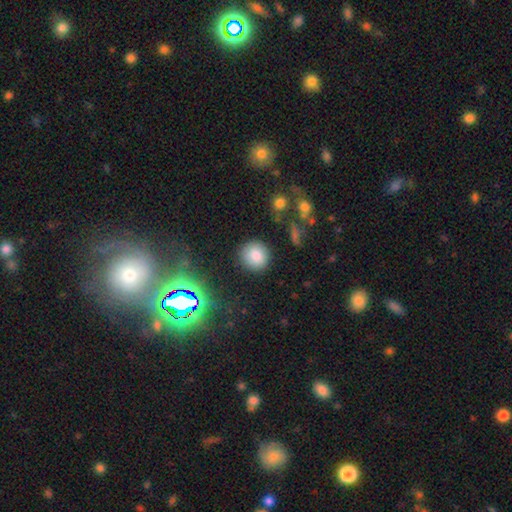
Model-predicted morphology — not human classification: Smooth or featured? smooth (82%)
How rounded? round (87%)
Merging? none (86%)